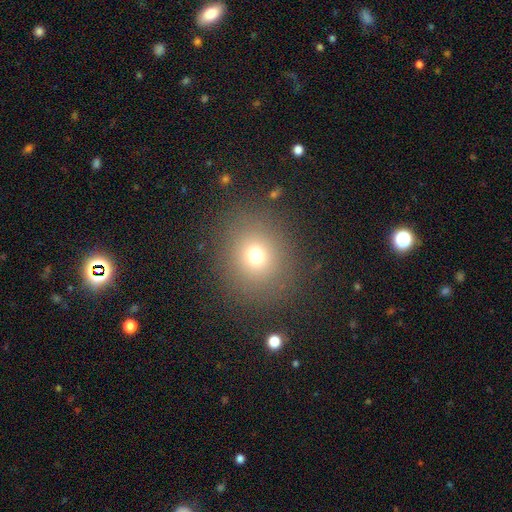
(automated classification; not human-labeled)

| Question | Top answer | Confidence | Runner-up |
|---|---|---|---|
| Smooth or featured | smooth | 71% | star or artifact (19%) |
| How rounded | round | 83% | in between (16%) |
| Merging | none | 85% | minor disturbance (8%) |